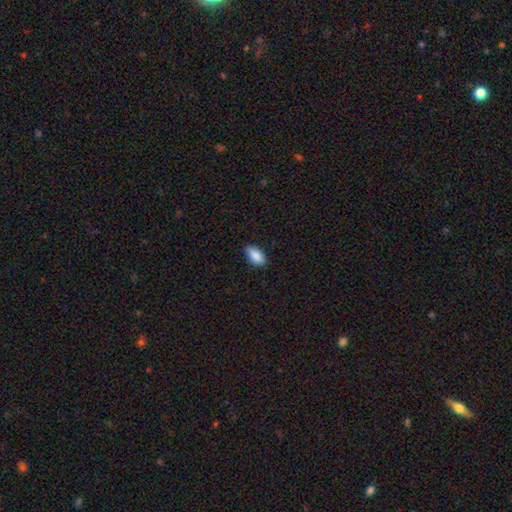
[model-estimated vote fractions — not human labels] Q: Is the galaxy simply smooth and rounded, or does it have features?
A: smooth — 88%.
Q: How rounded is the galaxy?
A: in between — 92%.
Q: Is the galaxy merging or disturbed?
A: none — 86%.